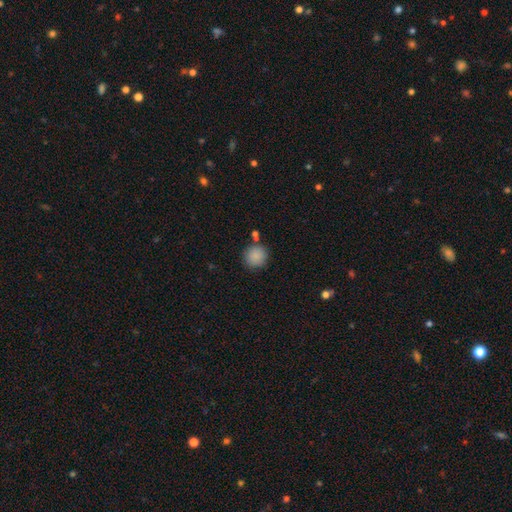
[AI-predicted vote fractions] A smooth galaxy with no disk features (87%) that is round (92%).

Vote fractions:
- Smooth or featured? smooth: 87% / star or artifact: 9% / featured or disk: 4%
- How rounded? round: 92% / in between: 7% / cigar-shaped: 1%
- Merging? none: 81% / minor disturbance: 9% / merger: 7% / major disturbance: 3%